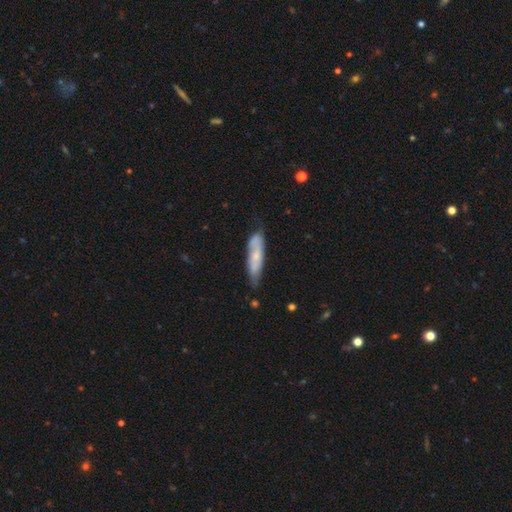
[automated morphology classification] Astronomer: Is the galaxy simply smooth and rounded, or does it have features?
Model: smooth — 51% (runner-up: featured or disk, 43%).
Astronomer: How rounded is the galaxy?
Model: cigar-shaped — 72%.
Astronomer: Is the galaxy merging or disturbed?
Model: none — 63%.